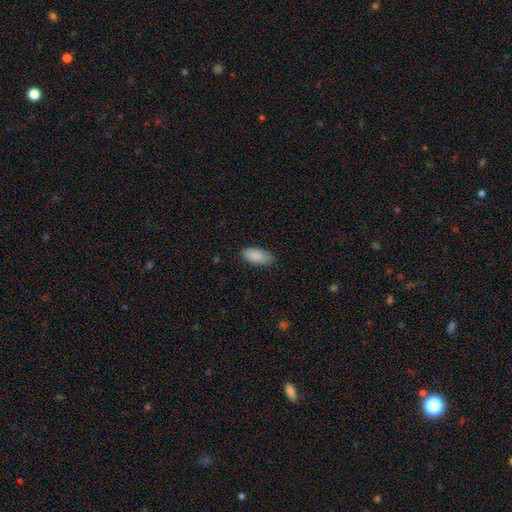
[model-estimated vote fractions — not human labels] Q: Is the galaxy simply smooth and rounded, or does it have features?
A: smooth — 89%.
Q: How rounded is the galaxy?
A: in between — 90%.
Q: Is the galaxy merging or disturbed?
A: none — 81%.